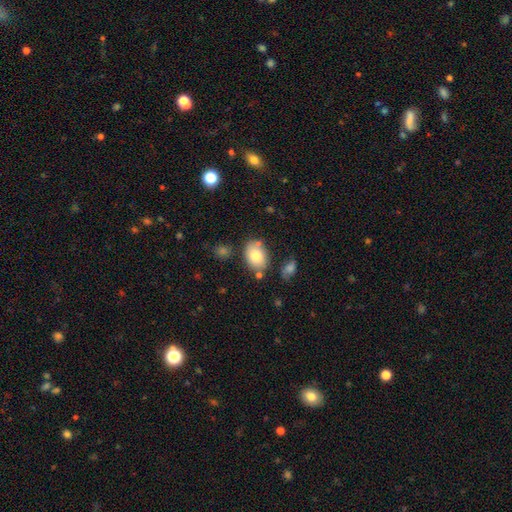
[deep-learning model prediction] The model was most divided on "merging": none: 73%, minor disturbance: 16%, merger: 8%, major disturbance: 4%. More confident: how rounded — in between (79%); smooth or featured — smooth (79%).